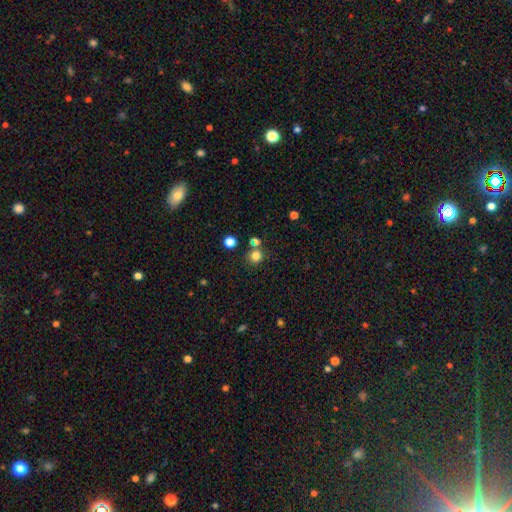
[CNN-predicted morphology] A smooth galaxy with no disk features (79%) that is round (90%).

Vote fractions:
- Smooth or featured? smooth: 79% / star or artifact: 15% / featured or disk: 6%
- How rounded? round: 90% / in between: 9% / cigar-shaped: 1%
- Merging? none: 73% / merger: 16% / minor disturbance: 8% / major disturbance: 3%